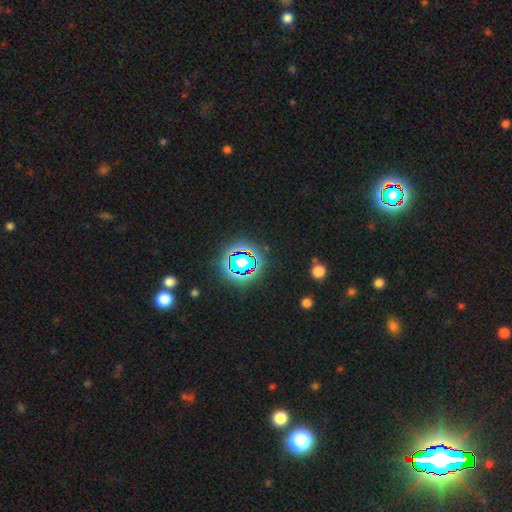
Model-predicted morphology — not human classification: Smooth or featured? star or artifact (80%)